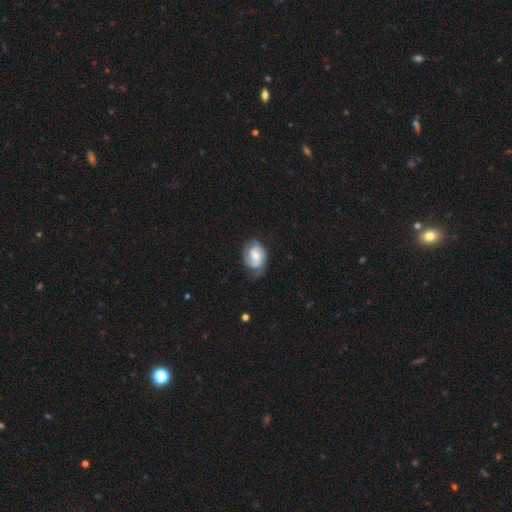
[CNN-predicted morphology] Q: Smooth or featured?
A: featured or disk (59%); runner-up: smooth (35%)
Q: Edge-on disk?
A: no (96%); runner-up: yes (4%)
Q: Bar?
A: no (56%); runner-up: weak (35%)
Q: Spiral arms?
A: yes (78%); runner-up: no (22%)
Q: Bulge size?
A: moderate (62%); runner-up: small (30%)
Q: Merging?
A: none (52%); runner-up: minor disturbance (32%)